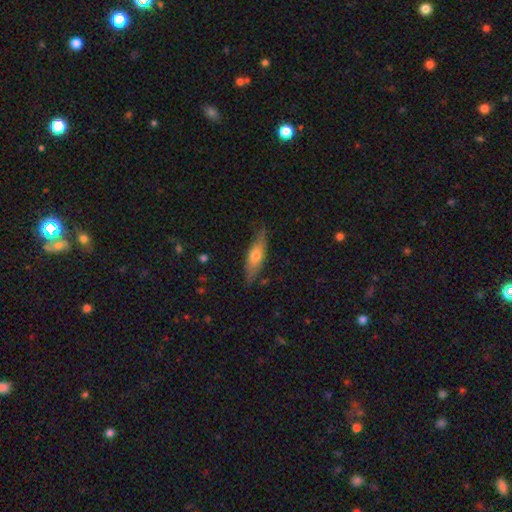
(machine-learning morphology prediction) The model was most divided on "how rounded": cigar-shaped: 51%, in between: 47%, round: 3%. More confident: merging — none (76%); smooth or featured — smooth (55%).